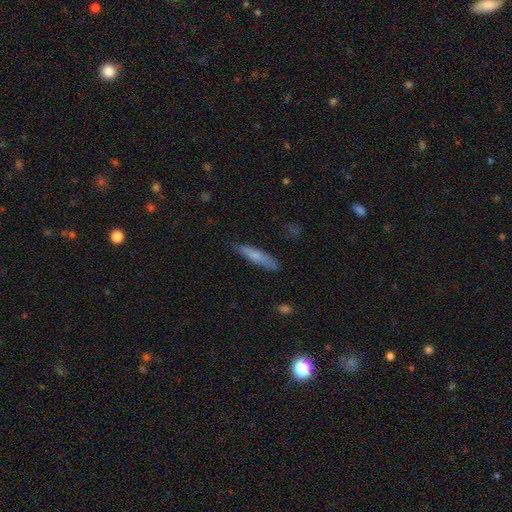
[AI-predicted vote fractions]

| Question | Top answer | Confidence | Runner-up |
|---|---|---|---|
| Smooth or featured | smooth | 72% | featured or disk (22%) |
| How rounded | cigar-shaped | 85% | in between (14%) |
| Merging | none | 76% | minor disturbance (19%) |